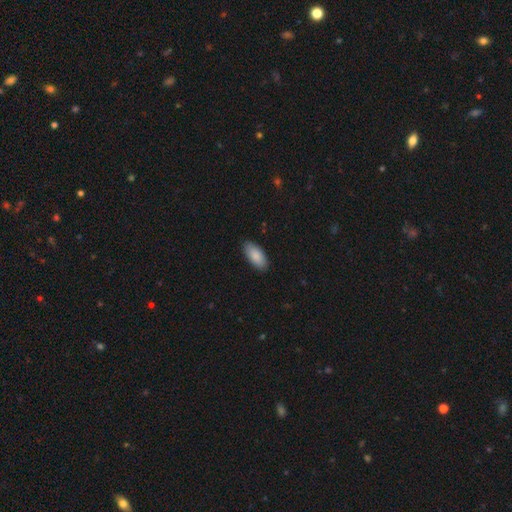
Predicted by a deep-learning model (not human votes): A smooth galaxy with no disk features (88%) that is in between round and cigar-shaped (91%).

Vote fractions:
- Smooth or featured? smooth: 88% / featured or disk: 6% / star or artifact: 6%
- How rounded? in between: 91% / cigar-shaped: 7% / round: 2%
- Merging? none: 88% / minor disturbance: 9% / major disturbance: 2% / merger: 1%